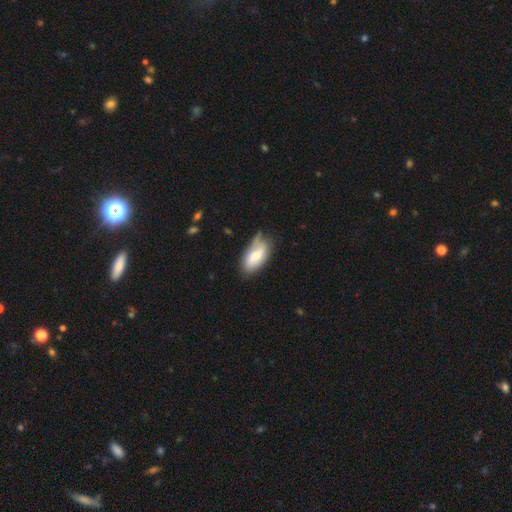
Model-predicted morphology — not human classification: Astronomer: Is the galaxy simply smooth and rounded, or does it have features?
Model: smooth — 61%.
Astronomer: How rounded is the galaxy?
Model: in between — 93%.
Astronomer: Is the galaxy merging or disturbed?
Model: none — 60%.